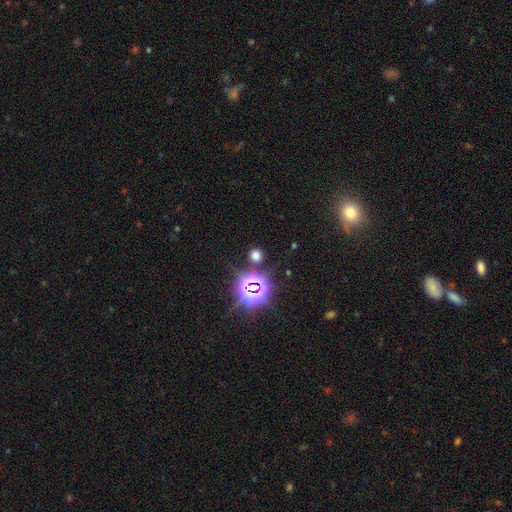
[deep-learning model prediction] Morphology: type=smooth (55%); roundness=round (85%); merging=none (85%).